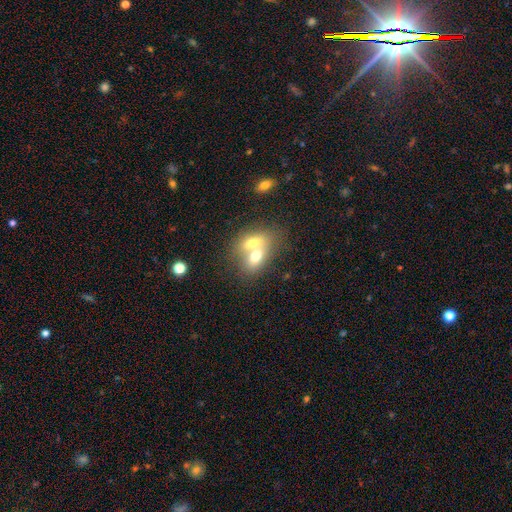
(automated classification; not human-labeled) smooth_or_featured: smooth (p=0.67) [alt: featured or disk p=0.25]
how_rounded: in between (p=0.77) [alt: round p=0.20]
merging: merger (p=0.72) [alt: none p=0.19]